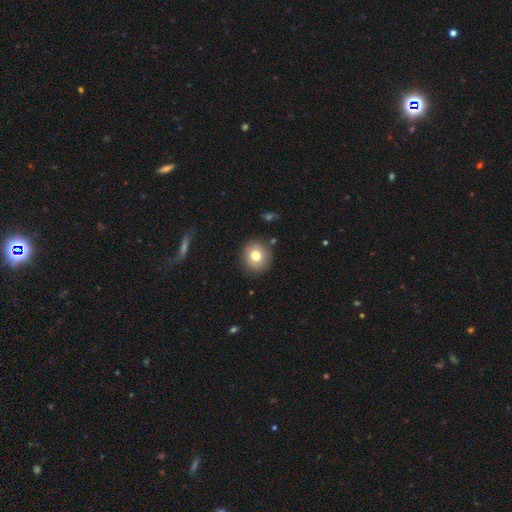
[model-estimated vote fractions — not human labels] A smooth galaxy with no disk features (76%) that is round (86%). Merging: none (87%).